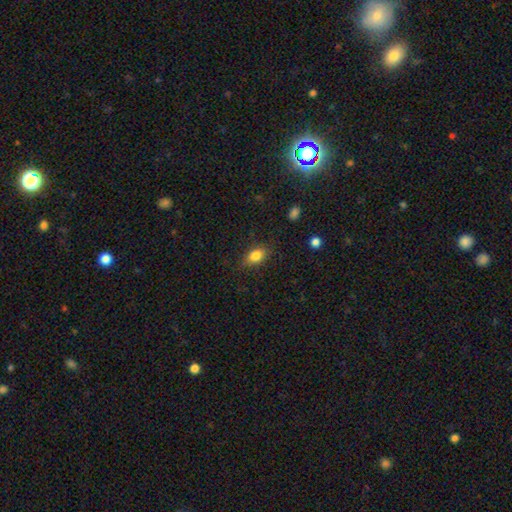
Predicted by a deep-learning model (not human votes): This appears to be a smooth galaxy with no disk features (82%) that is in between round and cigar-shaped (77%). Merging: none (80%).